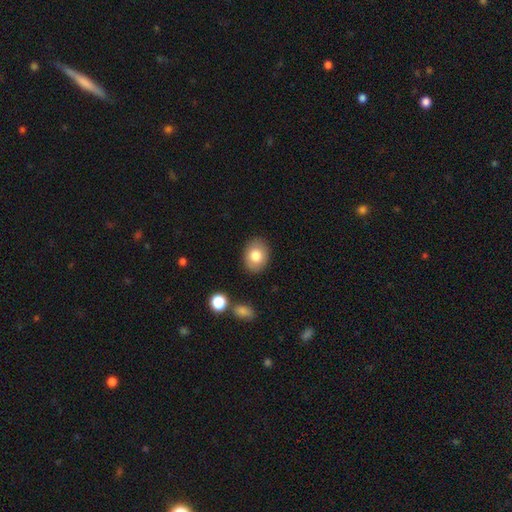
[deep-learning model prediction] Overall: smooth (80%). How rounded: in between (66%; round 33%). Merging: none (86%).